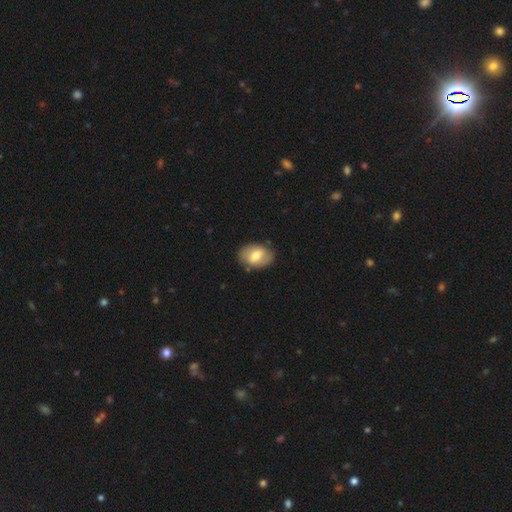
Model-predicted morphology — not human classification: smooth 64%, featured or disk 30%, star or artifact 6%. Down the decision tree: how rounded — in between (82%); merging — none (81%).